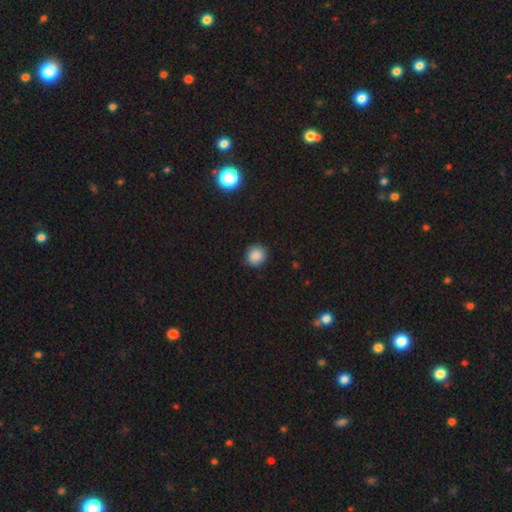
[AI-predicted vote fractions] Morphology: type=smooth (87%); roundness=round (87%); merging=none (87%).